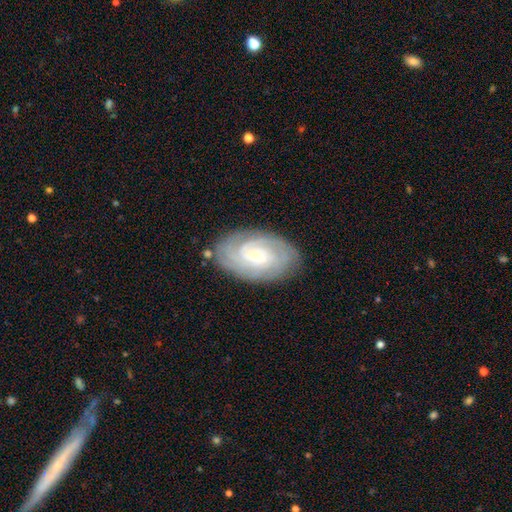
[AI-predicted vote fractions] Overall: featured or disk (81%). Edge-on disk: no (96%). Bar: no (55%; weak 36%). Spiral arms: yes (96%). Spiral arm count: can't tell (33%; 4 20%). Spiral winding: tight (76%). Bulge size: small (68%; moderate 28%). Merging: none (82%).